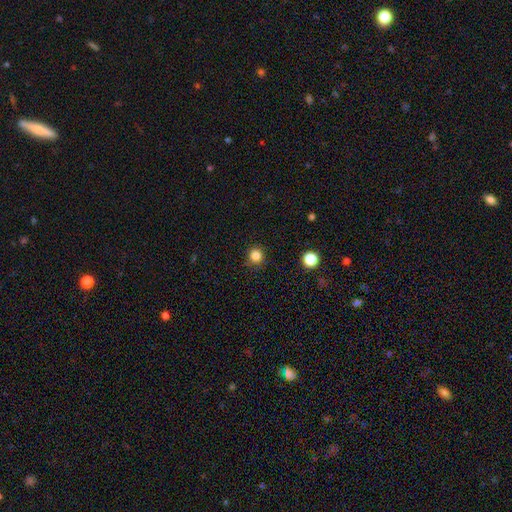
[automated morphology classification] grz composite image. It shows a smooth galaxy with no disk features (83%) that is round (93%). Merging: none (88%).